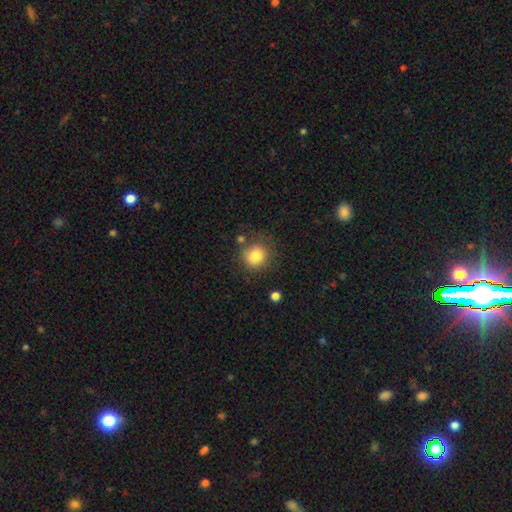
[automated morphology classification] type=smooth (81%); roundness=round (88%); merging=none (75%).